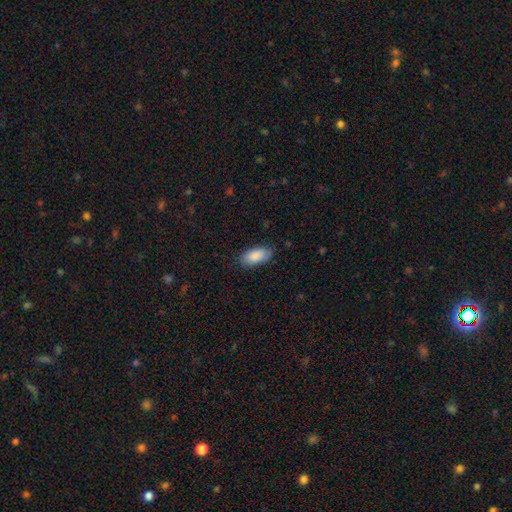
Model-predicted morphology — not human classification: This appears to be a smooth galaxy with no disk features (89%) that is in between round and cigar-shaped (90%). Merging: none (83%).